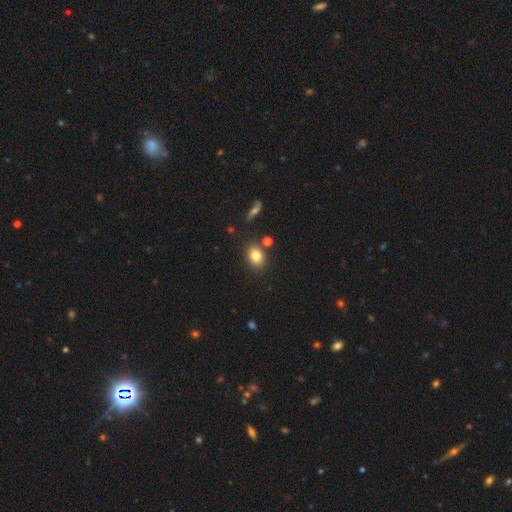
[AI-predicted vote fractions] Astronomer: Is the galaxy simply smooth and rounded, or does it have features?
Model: smooth — 81%.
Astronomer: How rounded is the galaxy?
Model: in between — 58% (runner-up: round, 41%).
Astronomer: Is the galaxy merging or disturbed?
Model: none — 79%.